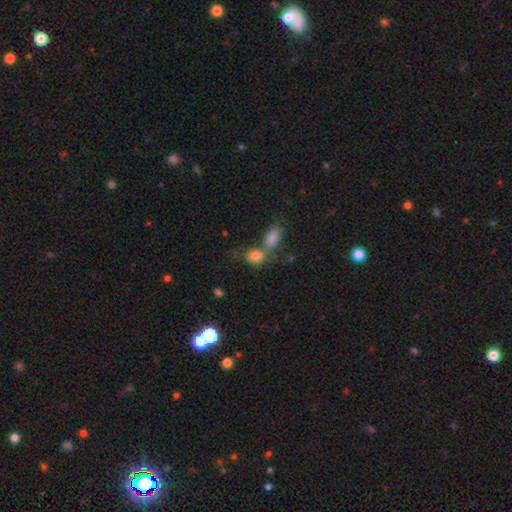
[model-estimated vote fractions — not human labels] smooth 81%, star or artifact 10%, featured or disk 9%. Down the decision tree: how rounded — in between (62%); merging — merger (60%).